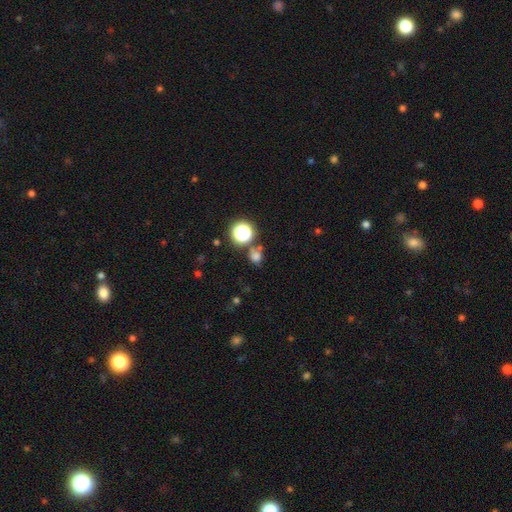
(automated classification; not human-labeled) This is likely a smooth galaxy (68%). How rounded: likely round (75%). Merging: likely none (66%).